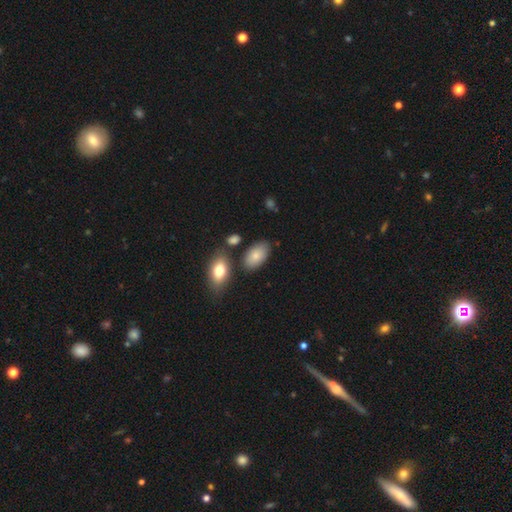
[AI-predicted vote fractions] Smooth or featured? Predicted: smooth (p=0.81). How rounded? Predicted: in between (p=0.94). Merging? Predicted: none (p=0.74).